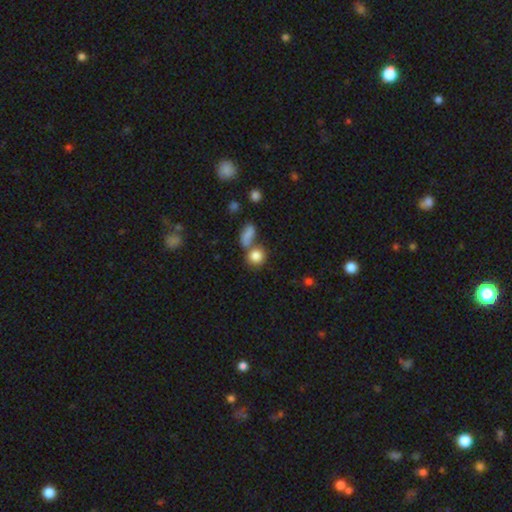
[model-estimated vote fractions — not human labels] A smooth galaxy with no disk features (83%) that is round (76%).

Vote fractions:
- Smooth or featured? smooth: 83% / star or artifact: 10% / featured or disk: 7%
- How rounded? round: 76% / in between: 22% / cigar-shaped: 2%
- Merging? none: 50% / merger: 34% / minor disturbance: 10% / major disturbance: 5%